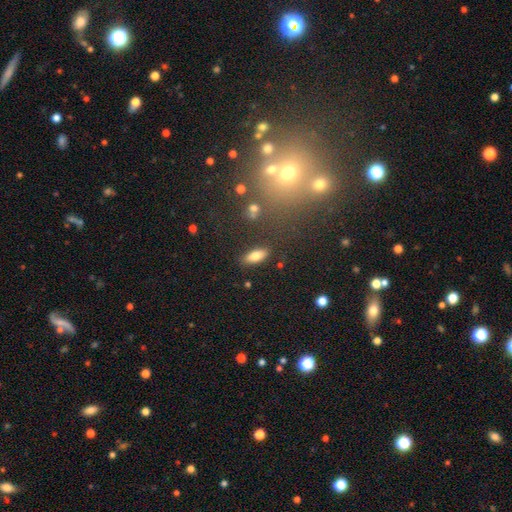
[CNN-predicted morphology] Overall: smooth (79%). How rounded: in between (78%). Merging: none (84%).